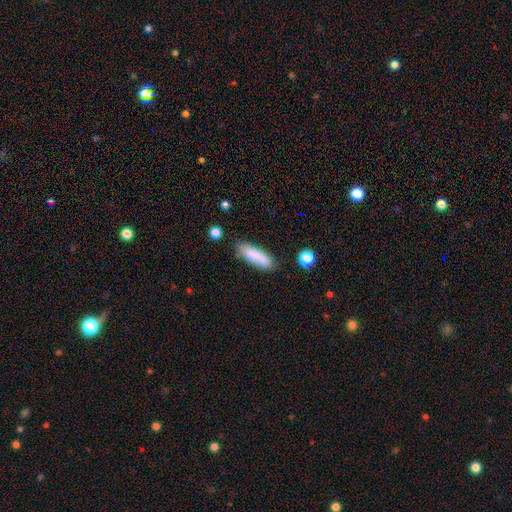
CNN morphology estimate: Overall: smooth (84%). How rounded: cigar-shaped (53%; in between 45%). Merging: none (78%).